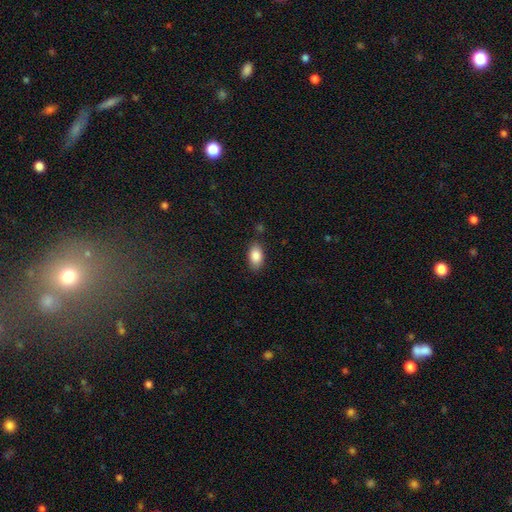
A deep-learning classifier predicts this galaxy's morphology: type=smooth (87%); roundness=in between (91%); merging=none (84%).